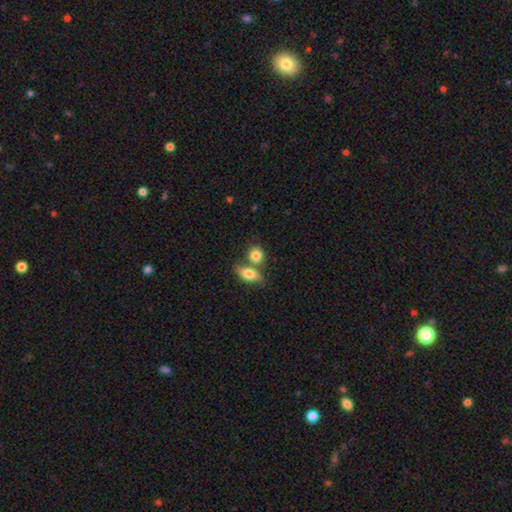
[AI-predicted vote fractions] A smooth galaxy with no disk features (83%) that is round (54%).

Vote fractions:
- Smooth or featured? smooth: 83% / featured or disk: 10% / star or artifact: 7%
- How rounded? round: 54% / in between: 42% / cigar-shaped: 4%
- Merging? none: 46% / merger: 40% / minor disturbance: 10% / major disturbance: 4%